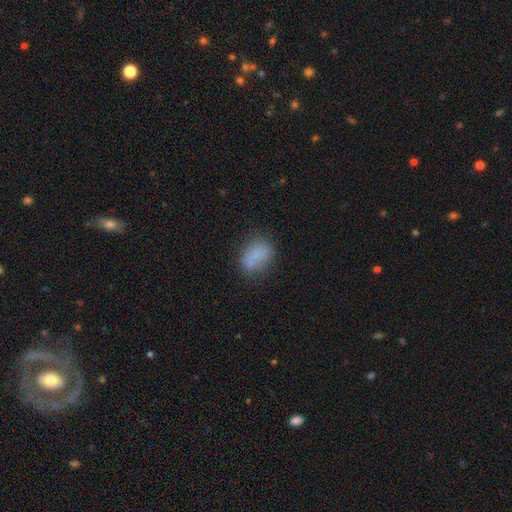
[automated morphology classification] smooth 75%, featured or disk 14%, star or artifact 11%. Down the decision tree: how rounded — in between (77%); merging — none (59%).